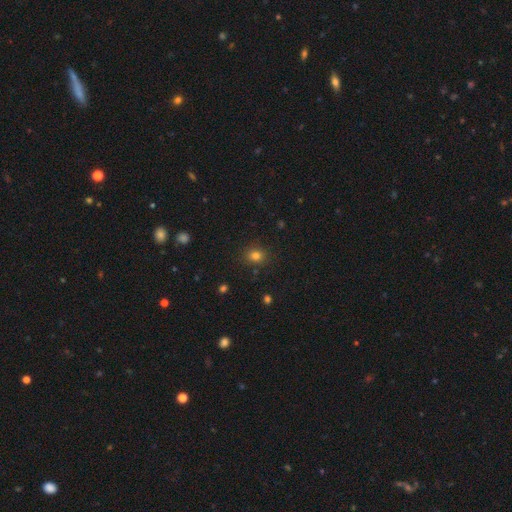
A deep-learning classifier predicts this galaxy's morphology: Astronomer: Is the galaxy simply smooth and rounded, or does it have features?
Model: smooth — 80%.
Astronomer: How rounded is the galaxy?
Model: round — 70%.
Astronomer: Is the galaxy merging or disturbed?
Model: none — 87%.